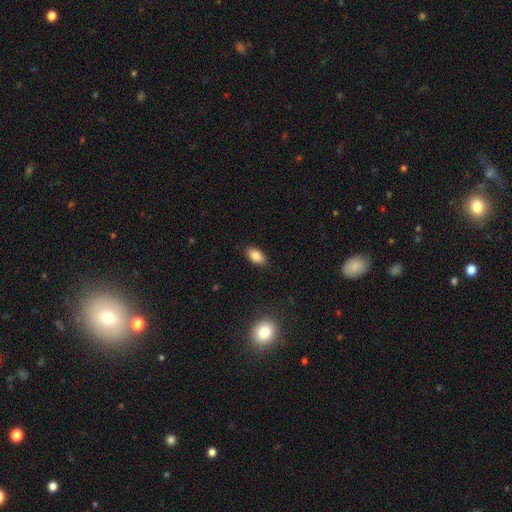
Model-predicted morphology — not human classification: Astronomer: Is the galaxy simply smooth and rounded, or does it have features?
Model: smooth — 85%.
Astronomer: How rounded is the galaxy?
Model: in between — 92%.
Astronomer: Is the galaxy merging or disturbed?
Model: none — 87%.